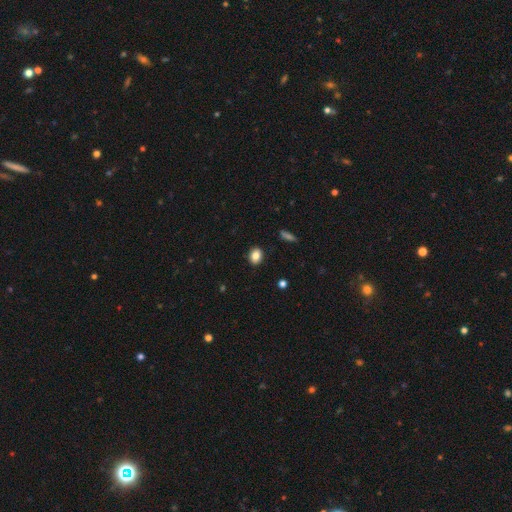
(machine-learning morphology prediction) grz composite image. It shows a smooth galaxy with no disk features (84%) that is in between round and cigar-shaped (55%). Merging: none (89%).